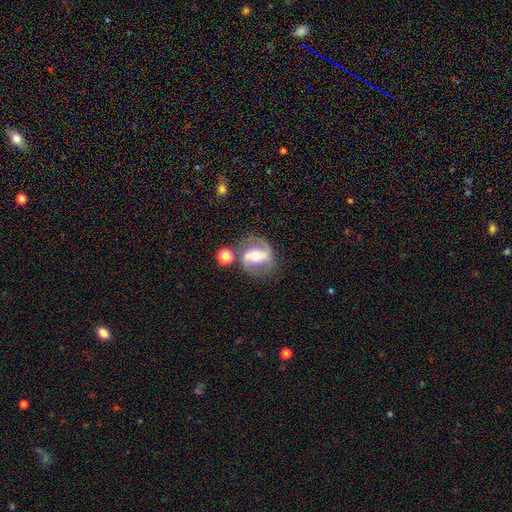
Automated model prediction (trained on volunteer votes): This appears to be a featured or disk galaxy (77%) with a strong bar (40%), 2 (88%) medium (48%) spiral arms (88%) and a moderate central bulge (68%). Merging: none (70%).